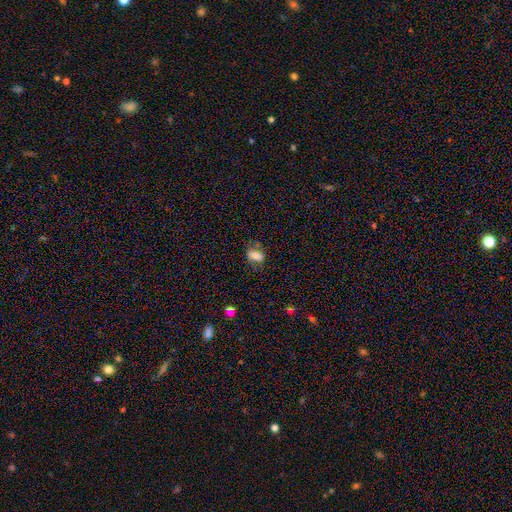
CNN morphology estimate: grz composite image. It shows a smooth galaxy with no disk features (75%) that is in between round and cigar-shaped (81%). Merging: none (55%).